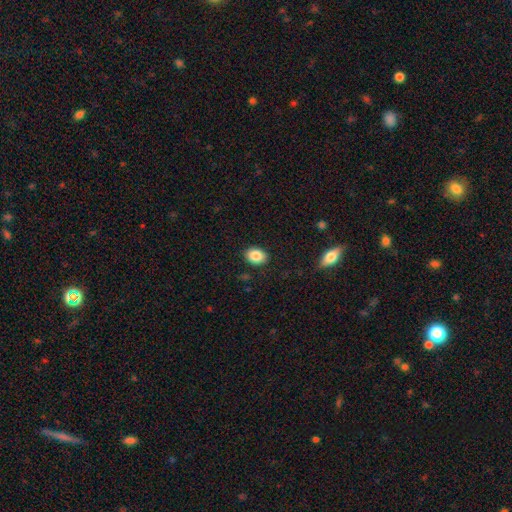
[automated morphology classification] A smooth galaxy with no disk features (87%) that is in between round and cigar-shaped (72%).

Vote fractions:
- Smooth or featured? smooth: 87% / star or artifact: 8% / featured or disk: 5%
- How rounded? in between: 72% / round: 27% / cigar-shaped: 1%
- Merging? none: 89% / minor disturbance: 8% / major disturbance: 2% / merger: 1%